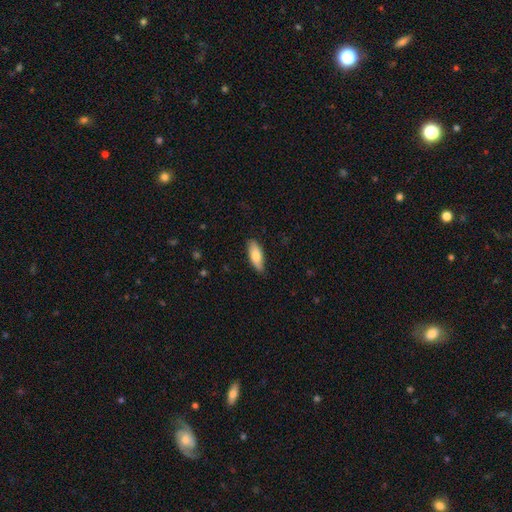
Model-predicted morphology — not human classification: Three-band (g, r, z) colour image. It shows a smooth galaxy with no disk features (77%) that is in between round and cigar-shaped (72%). Merging: none (83%).